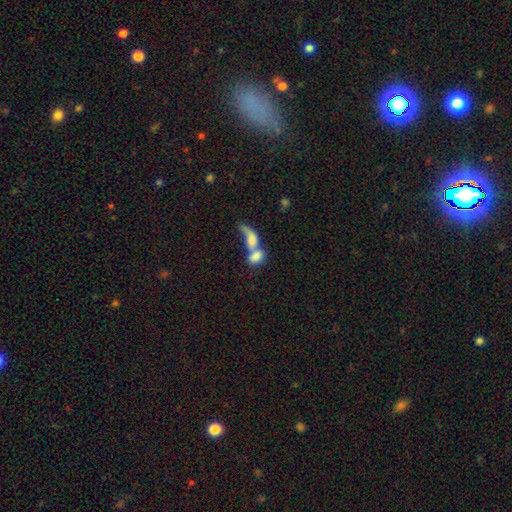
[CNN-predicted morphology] type=smooth (67%); roundness=in between (80%); merging=merger (78%).